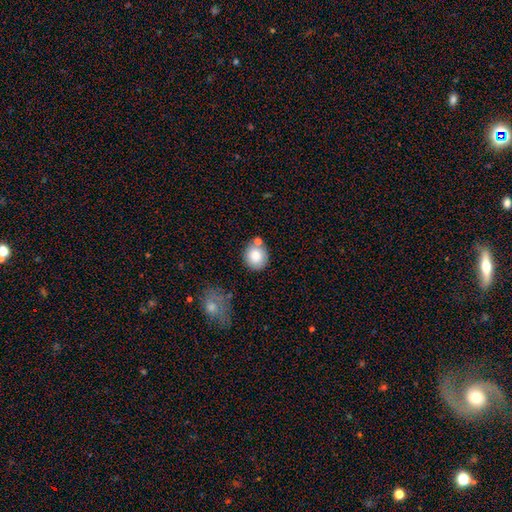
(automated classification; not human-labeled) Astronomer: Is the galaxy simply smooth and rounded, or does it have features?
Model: smooth — 83%.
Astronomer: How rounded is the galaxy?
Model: round — 77%.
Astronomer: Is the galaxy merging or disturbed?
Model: none — 68%.